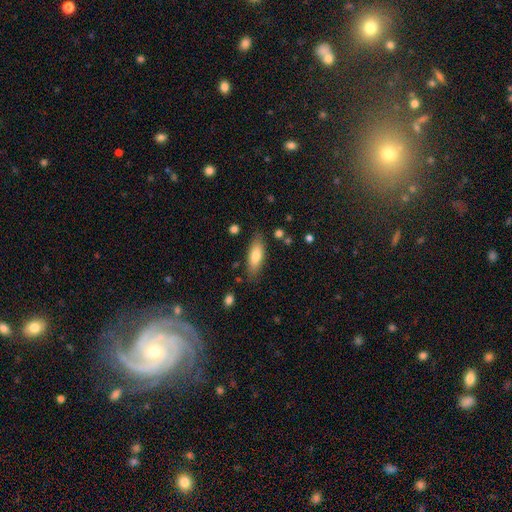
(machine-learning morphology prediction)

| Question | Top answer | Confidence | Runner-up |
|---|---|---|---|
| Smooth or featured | smooth | 78% | featured or disk (16%) |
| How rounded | in between | 67% | cigar-shaped (31%) |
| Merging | none | 81% | minor disturbance (14%) |